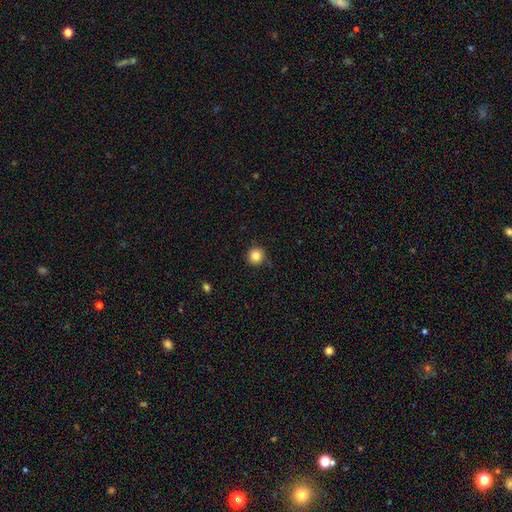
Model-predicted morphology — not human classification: Overall: smooth (84%). How rounded: round (94%). Merging: none (88%).